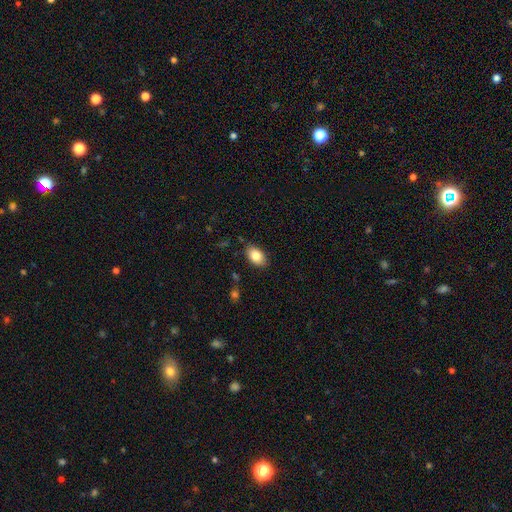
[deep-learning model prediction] The model was most divided on "merging": none: 84%, minor disturbance: 12%, major disturbance: 2%, merger: 1%. More confident: how rounded — in between (89%); smooth or featured — smooth (84%).